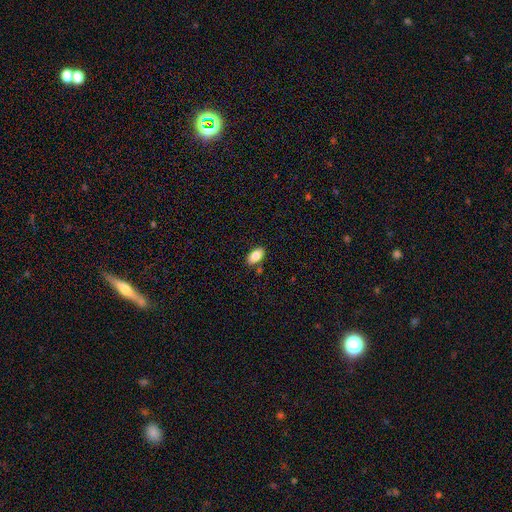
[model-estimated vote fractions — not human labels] Smooth or featured?
  - smooth: 83% *
  - featured or disk: 10%
  - star or artifact: 7%
How rounded?
  - in between: 93% *
  - round: 4%
  - cigar-shaped: 3%
Merging?
  - none: 84% *
  - minor disturbance: 10%
  - merger: 4%
  - major disturbance: 2%